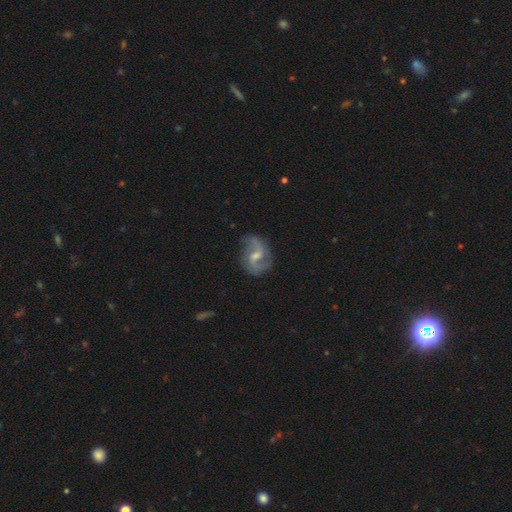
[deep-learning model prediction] Smooth or featured? featured or disk (81%)
Edge-on disk? no (97%)
Bar? weak (57%)
Spiral arms? yes (94%)
Spiral winding? loose (44%)
Spiral arm count? 2 (87%)
Bulge size? moderate (48%)
Merging? none (71%)